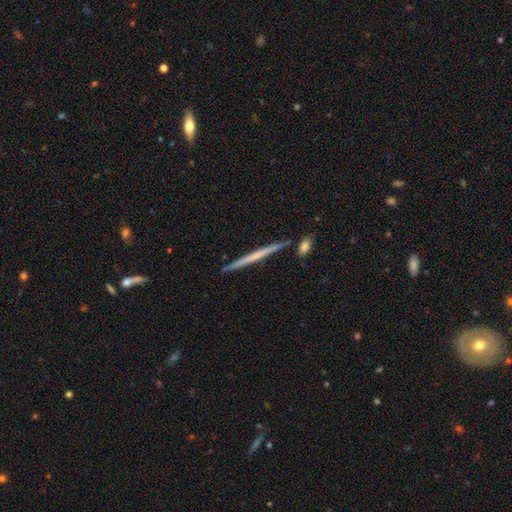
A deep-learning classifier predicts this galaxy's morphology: Overall: featured or disk (54%; smooth 41%). Edge-on disk: yes (97%). Edge-on bulge: none (86%). Merging: none (87%).